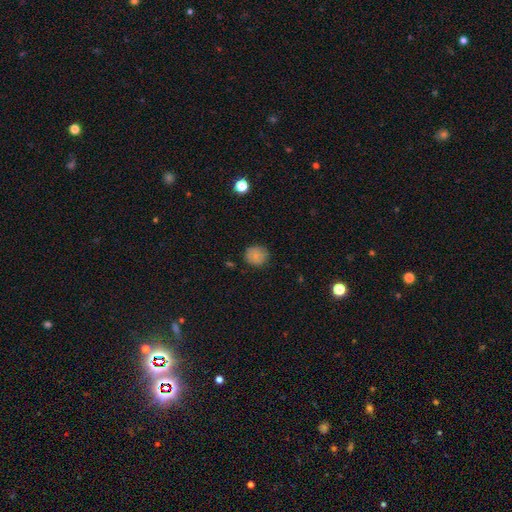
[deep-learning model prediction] smooth-or-featured: smooth: 81% | star or artifact: 10% | featured or disk: 9%
  how-rounded: round: 83% | in between: 16% | cigar-shaped: 1%
  merging: none: 81% | minor disturbance: 14% | major disturbance: 3% | merger: 1%